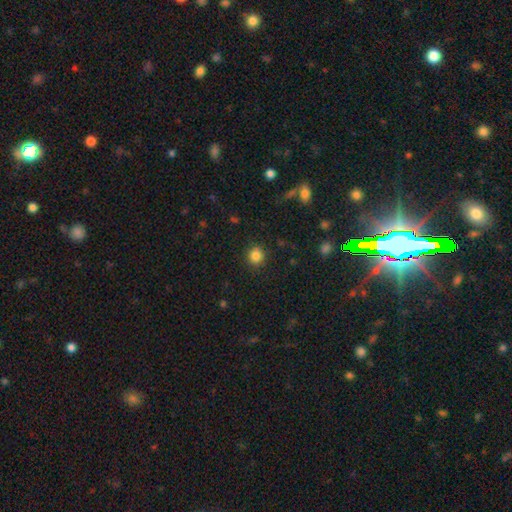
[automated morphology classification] Overall: smooth (84%). How rounded: round (89%). Merging: none (89%).